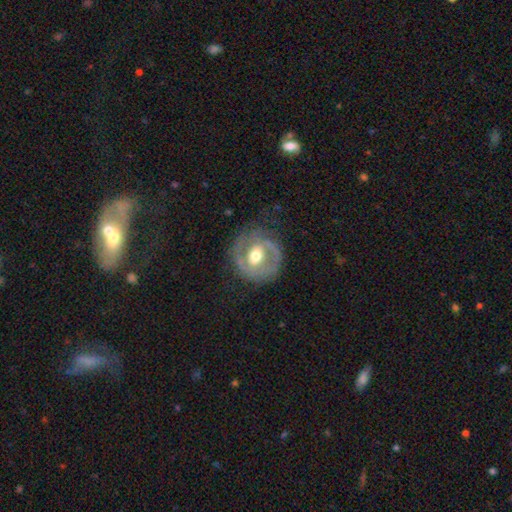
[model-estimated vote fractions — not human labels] This appears to be a featured or disk galaxy (74%) with no bar (40%), spiral arms (69%) and a moderate central bulge (73%). Merging: none (71%).